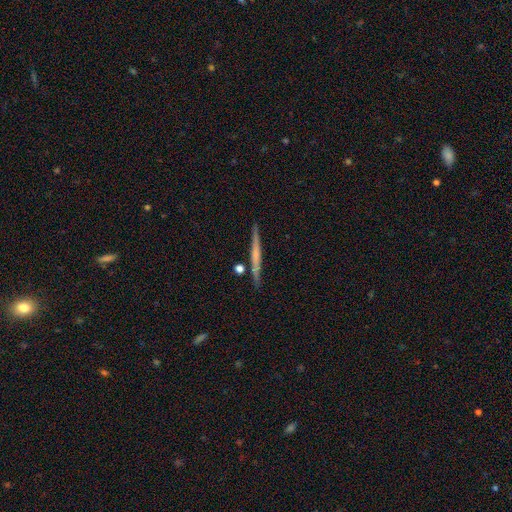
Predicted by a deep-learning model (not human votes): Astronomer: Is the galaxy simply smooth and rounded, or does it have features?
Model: featured or disk — 55% (runner-up: smooth, 39%).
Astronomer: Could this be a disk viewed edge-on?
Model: yes — 97%.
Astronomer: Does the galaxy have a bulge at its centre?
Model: none — 70%.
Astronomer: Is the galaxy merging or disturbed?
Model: none — 88%.